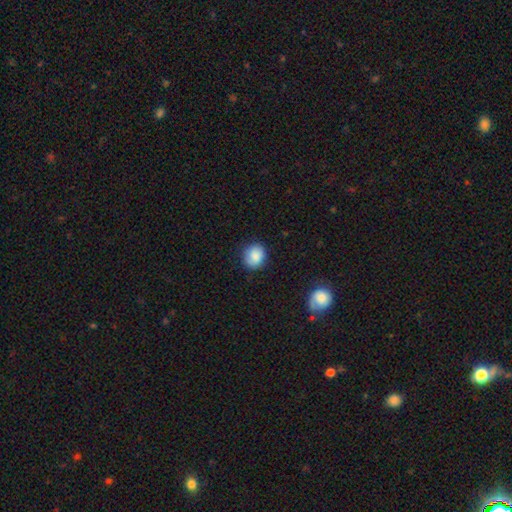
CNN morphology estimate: smooth-or-featured: smooth: 86% | star or artifact: 8% | featured or disk: 6%
  how-rounded: round: 68% | in between: 31% | cigar-shaped: 1%
  merging: none: 84% | minor disturbance: 12% | major disturbance: 3% | merger: 1%